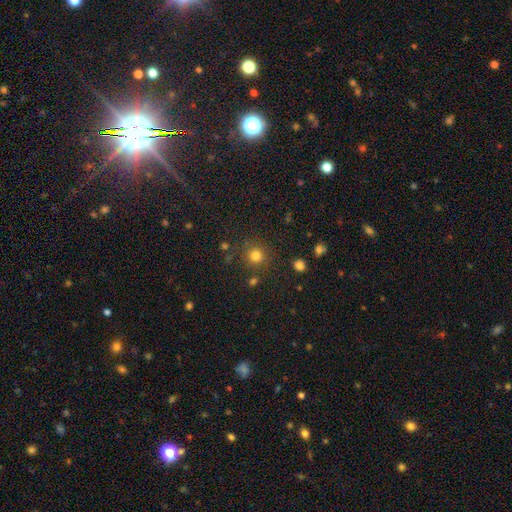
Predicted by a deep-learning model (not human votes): smooth-or-featured: smooth: 79% | star or artifact: 15% | featured or disk: 5%
  how-rounded: round: 93% | in between: 6% | cigar-shaped: 1%
  merging: none: 85% | minor disturbance: 8% | merger: 4% | major disturbance: 3%